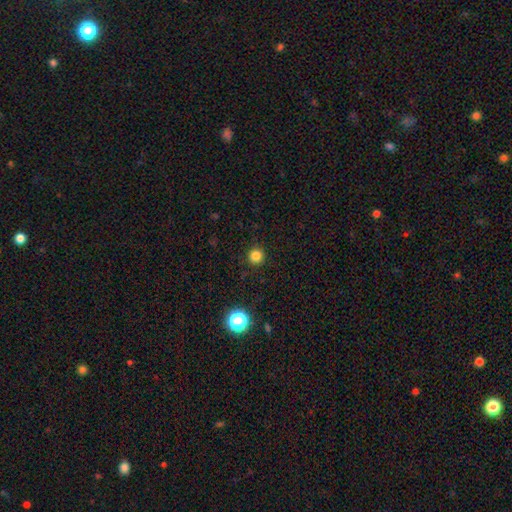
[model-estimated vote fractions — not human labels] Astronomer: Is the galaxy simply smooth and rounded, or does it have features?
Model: smooth — 82%.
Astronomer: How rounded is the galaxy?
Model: round — 95%.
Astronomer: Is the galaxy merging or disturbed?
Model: none — 92%.